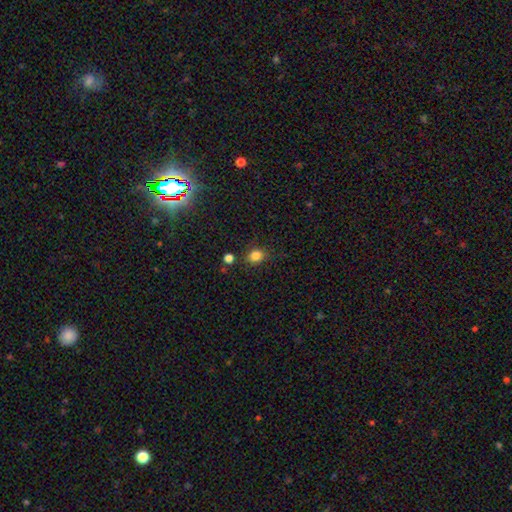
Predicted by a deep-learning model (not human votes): This appears to be a smooth galaxy with no disk features (82%) that is round (59%). Merging: none (77%).